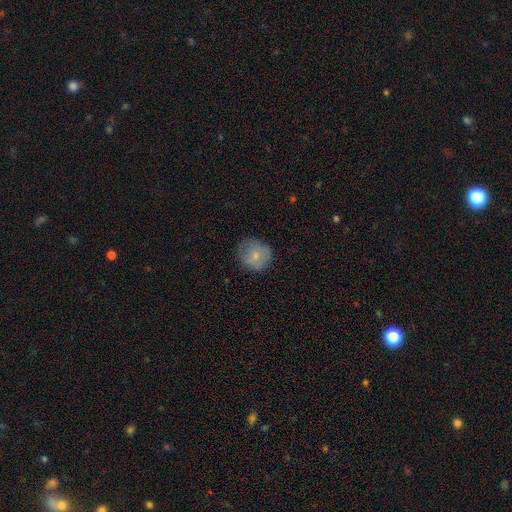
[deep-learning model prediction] The model was most divided on "merging": none: 69%, minor disturbance: 23%, major disturbance: 7%, merger: 1%. More confident: how rounded — round (85%); smooth or featured — smooth (74%).